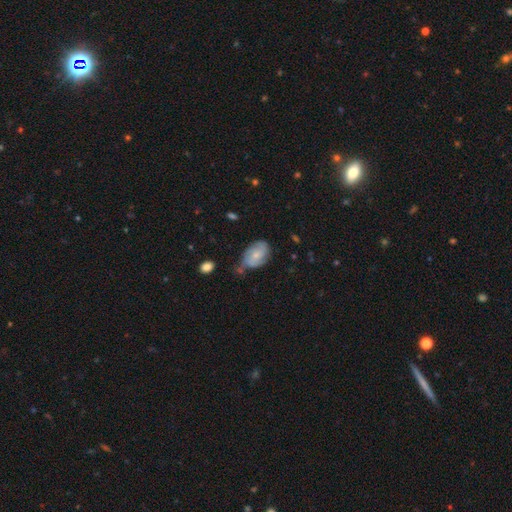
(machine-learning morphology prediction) This appears to be a featured or disk galaxy (54%) with no bar (68%), spiral arms (84%) and a small central bulge (61%). Merging: none (50%).